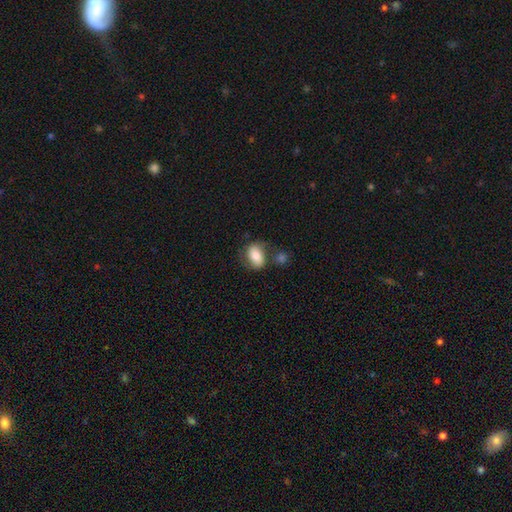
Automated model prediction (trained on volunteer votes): Overall: smooth (68%). How rounded: in between (79%). Merging: none (52%; minor disturbance 20%).